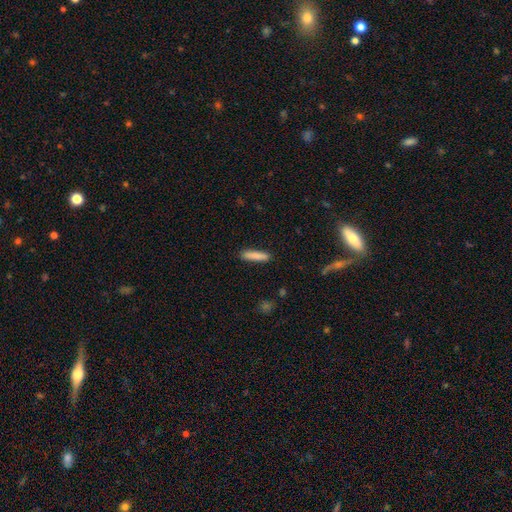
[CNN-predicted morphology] A smooth galaxy with no disk features (85%) that is cigar-shaped (84%). Merging: none (90%).